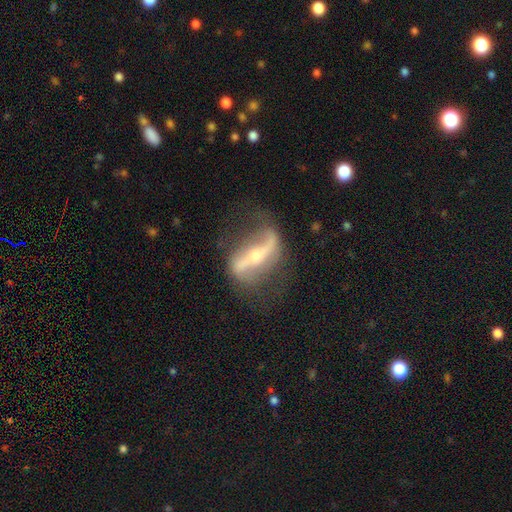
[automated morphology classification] Smooth or featured? featured or disk (85%)
Edge-on disk? no (80%)
Bar? strong (75%)
Spiral arms? yes (83%)
Spiral winding? loose (73%)
Spiral arm count? 2 (87%)
Bulge size? small (55%)
Merging? none (66%)